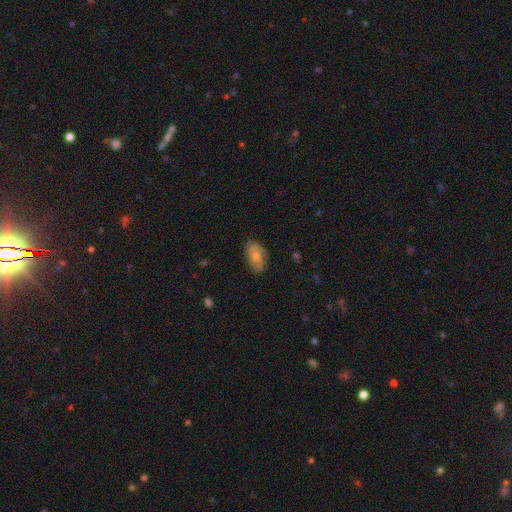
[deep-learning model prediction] Q: Smooth or featured?
A: smooth (50%); runner-up: featured or disk (42%)
Q: How rounded?
A: in between (90%); runner-up: round (8%)
Q: Merging?
A: none (74%); runner-up: minor disturbance (20%)